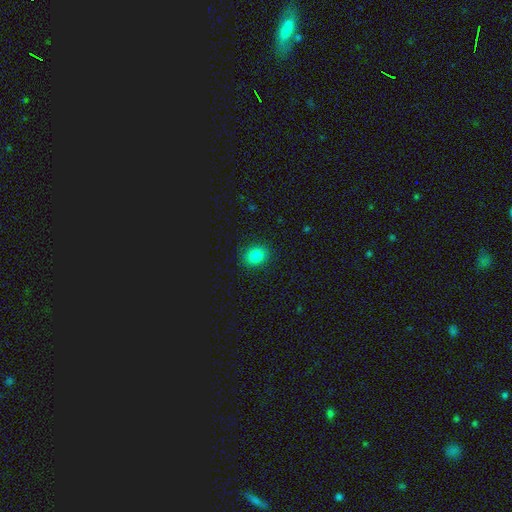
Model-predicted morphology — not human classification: smooth-or-featured: smooth: 84% | star or artifact: 12% | featured or disk: 4%
  how-rounded: round: 53% | in between: 46% | cigar-shaped: 1%
  merging: none: 89% | minor disturbance: 8% | major disturbance: 2% | merger: 1%